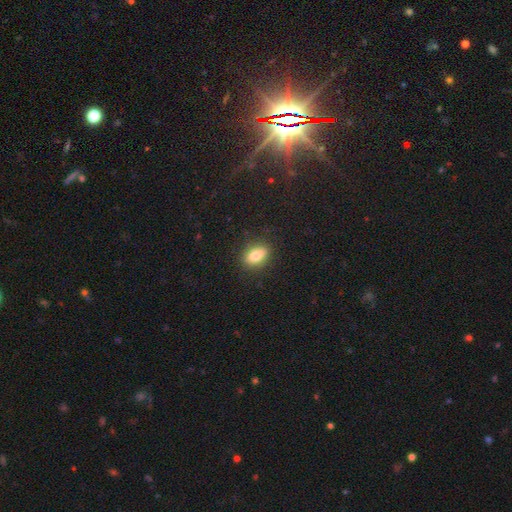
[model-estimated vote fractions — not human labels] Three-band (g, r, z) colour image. It shows a smooth galaxy with no disk features (80%) that is in between round and cigar-shaped (82%). Merging: none (86%).